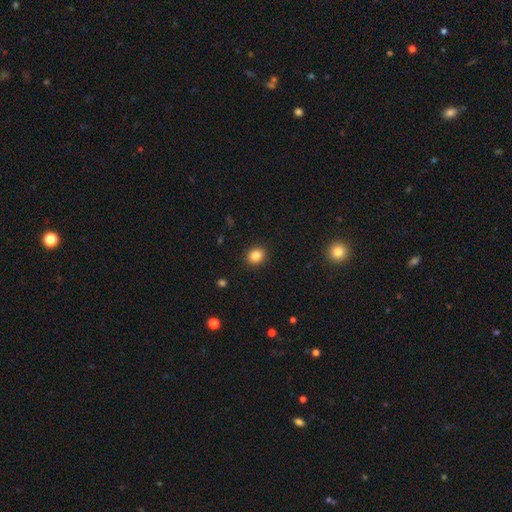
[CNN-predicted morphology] The model was most divided on "how rounded": round: 69%, in between: 31%, cigar-shaped: 1%. More confident: merging — none (91%); smooth or featured — smooth (84%).